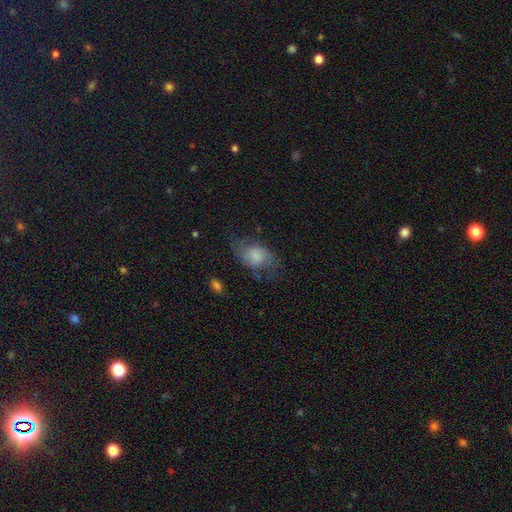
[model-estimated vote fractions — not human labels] A featured or disk galaxy (48%).

Vote fractions:
- Smooth or featured? featured or disk: 48% / smooth: 43% / star or artifact: 9%
- Merging? none: 51% / minor disturbance: 25% / major disturbance: 21% / merger: 2%